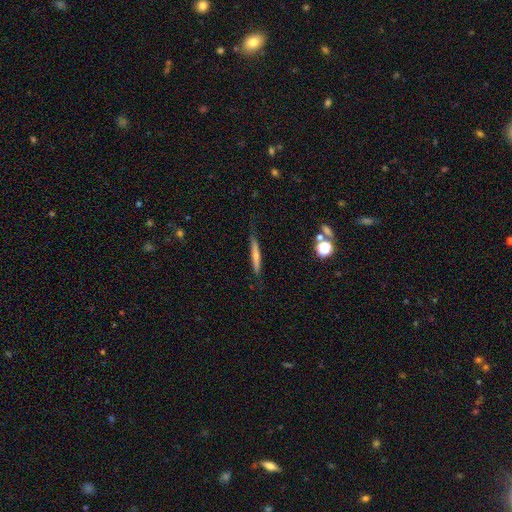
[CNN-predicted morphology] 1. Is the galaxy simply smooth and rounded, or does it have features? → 53% smooth, 40% featured or disk, 7% star or artifact.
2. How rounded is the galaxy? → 94% cigar-shaped, 5% in between, 2% round.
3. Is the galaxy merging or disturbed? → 80% none, 15% minor disturbance, 3% major disturbance, 2% merger.